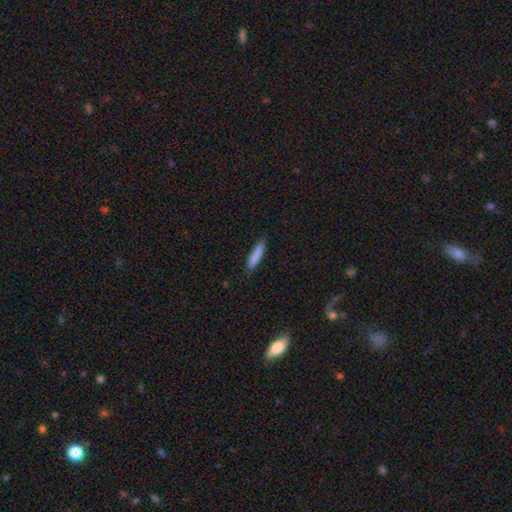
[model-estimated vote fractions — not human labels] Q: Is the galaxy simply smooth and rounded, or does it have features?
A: smooth — 85%.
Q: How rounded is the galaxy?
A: cigar-shaped — 85%.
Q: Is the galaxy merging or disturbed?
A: none — 84%.